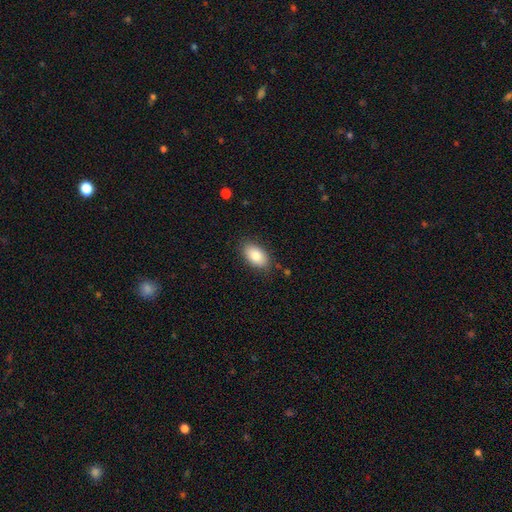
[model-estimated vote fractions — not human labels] Overall: smooth (84%). How rounded: in between (93%). Merging: none (84%).